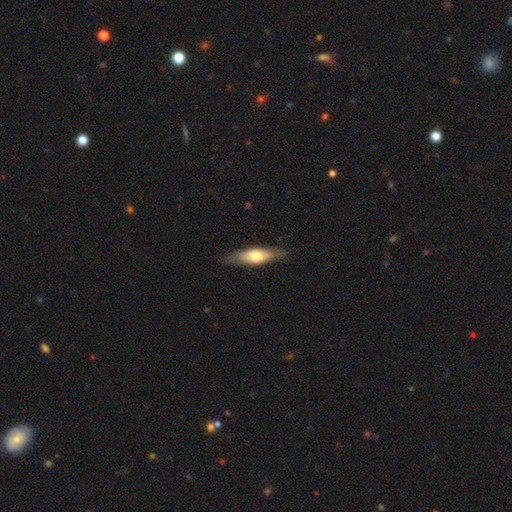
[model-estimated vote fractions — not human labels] Morphology: type=smooth (56%); roundness=cigar-shaped (54%); merging=none (81%).